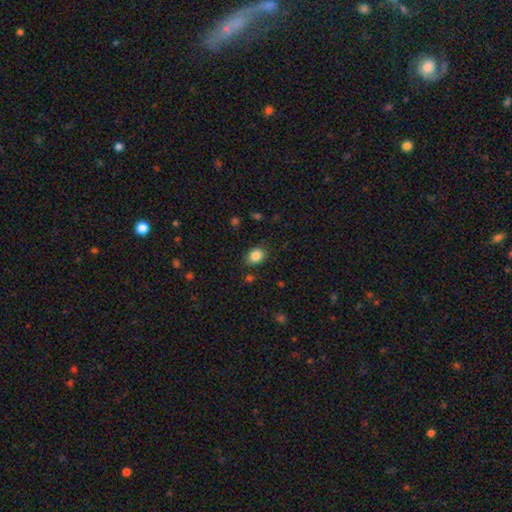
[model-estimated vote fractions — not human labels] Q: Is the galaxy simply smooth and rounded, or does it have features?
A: smooth — 85%.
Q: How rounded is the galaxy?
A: in between — 60%.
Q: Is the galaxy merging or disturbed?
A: none — 81%.